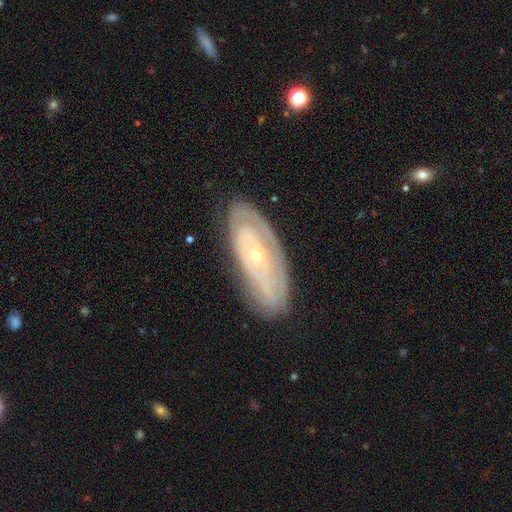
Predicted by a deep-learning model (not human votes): Overall: featured or disk (74%). Edge-on disk: no (88%). Bar: no (79%). Spiral arms: yes (70%). Bulge size: small (77%). Merging: none (77%).